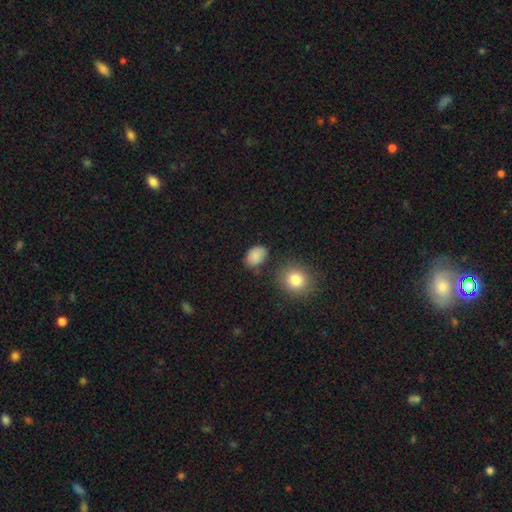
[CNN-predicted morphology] This is clearly a smooth galaxy (86%). How rounded: likely in between (79%). Merging: likely none (74%).